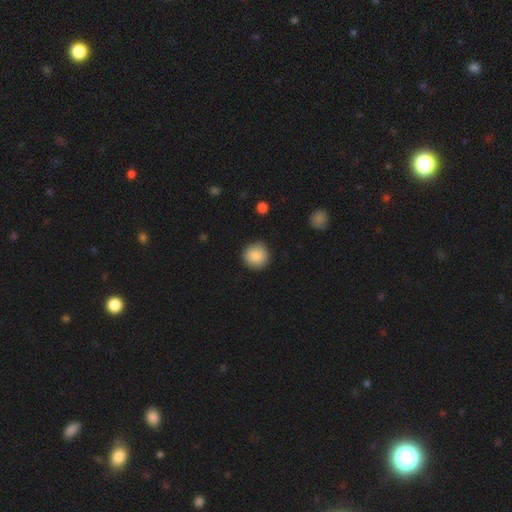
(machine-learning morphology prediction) smooth_or_featured: smooth (p=0.87) [alt: star or artifact p=0.08]
how_rounded: round (p=0.93) [alt: in between p=0.06]
merging: none (p=0.88) [alt: minor disturbance p=0.09]